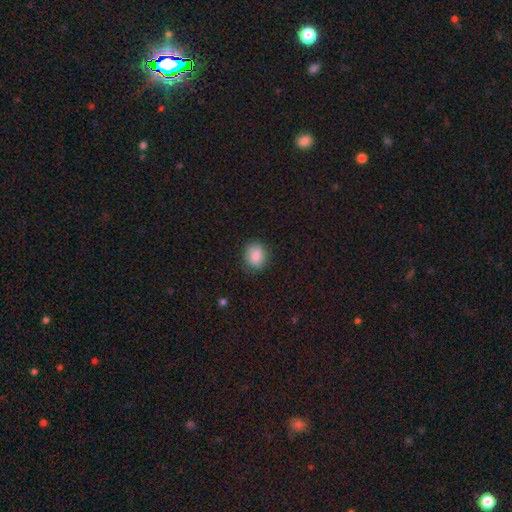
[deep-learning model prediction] smooth 86%, star or artifact 8%, featured or disk 7%. Down the decision tree: how rounded — round (63%); merging — none (82%).